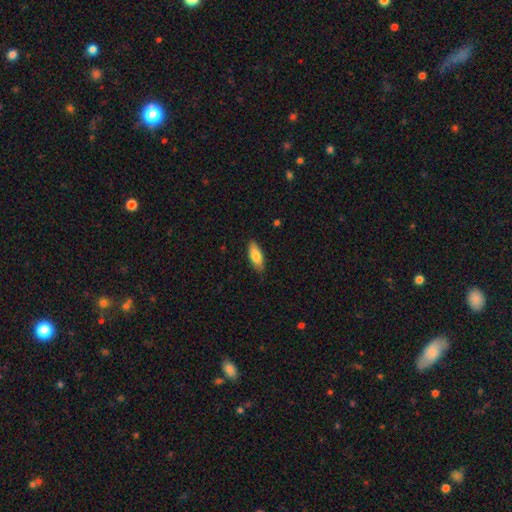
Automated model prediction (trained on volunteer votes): This appears to be a smooth galaxy with no disk features (81%) that is in between round and cigar-shaped (75%). Merging: none (83%).